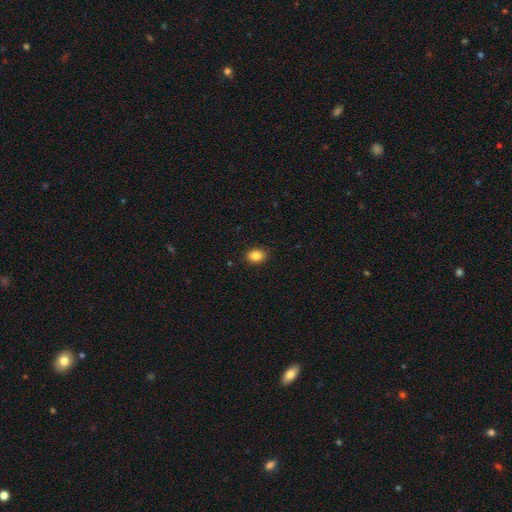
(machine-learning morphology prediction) Smooth or featured?
  - smooth: 87% *
  - star or artifact: 9%
  - featured or disk: 4%
How rounded?
  - in between: 66% *
  - round: 33%
  - cigar-shaped: 1%
Merging?
  - none: 90% *
  - minor disturbance: 7%
  - major disturbance: 2%
  - merger: 1%